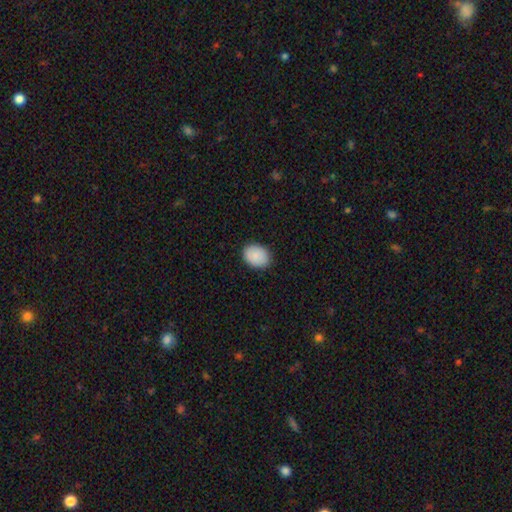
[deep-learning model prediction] Smooth or featured?
  - smooth: 90% *
  - star or artifact: 6%
  - featured or disk: 3%
How rounded?
  - in between: 72% *
  - round: 27%
  - cigar-shaped: 1%
Merging?
  - none: 89% *
  - minor disturbance: 9%
  - major disturbance: 2%
  - merger: 1%